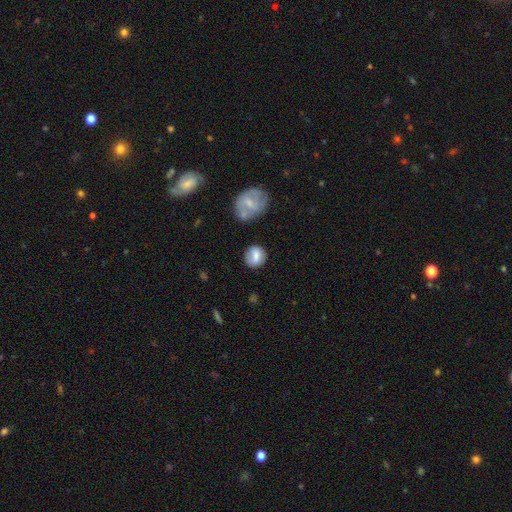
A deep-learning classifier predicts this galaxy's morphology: smooth_or_featured: smooth (p=0.73) [alt: featured or disk p=0.19]
how_rounded: round (p=0.73) [alt: in between p=0.25]
merging: none (p=0.70) [alt: minor disturbance p=0.18]